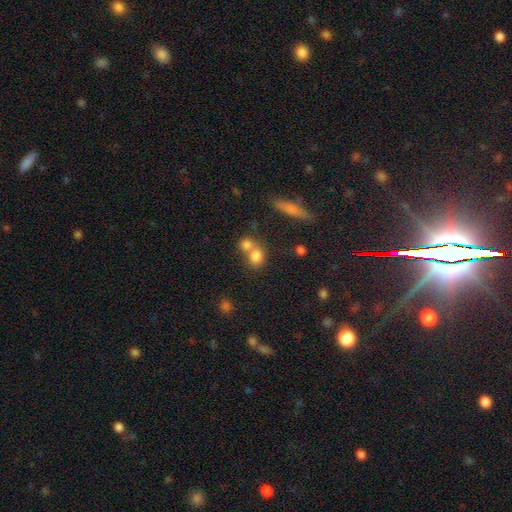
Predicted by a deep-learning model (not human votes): smooth_or_featured: smooth (p=0.77) [alt: star or artifact p=0.12]
how_rounded: round (p=0.67) [alt: in between p=0.30]
merging: merger (p=0.50) [alt: none p=0.39]